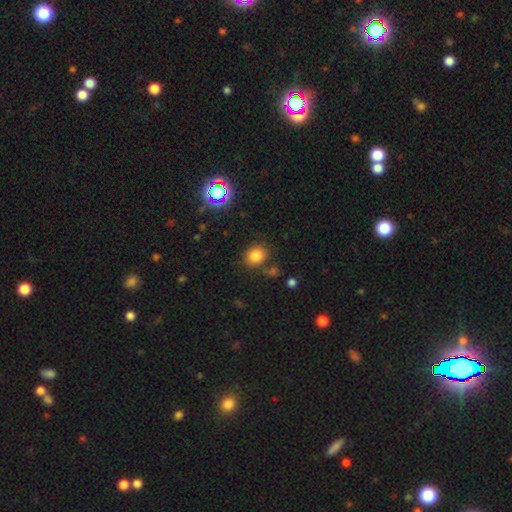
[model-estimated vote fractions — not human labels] A smooth galaxy with no disk features (80%) that is round (70%).

Vote fractions:
- Smooth or featured? smooth: 80% / star or artifact: 14% / featured or disk: 6%
- How rounded? round: 70% / in between: 29% / cigar-shaped: 1%
- Merging? none: 78% / minor disturbance: 12% / merger: 7% / major disturbance: 4%